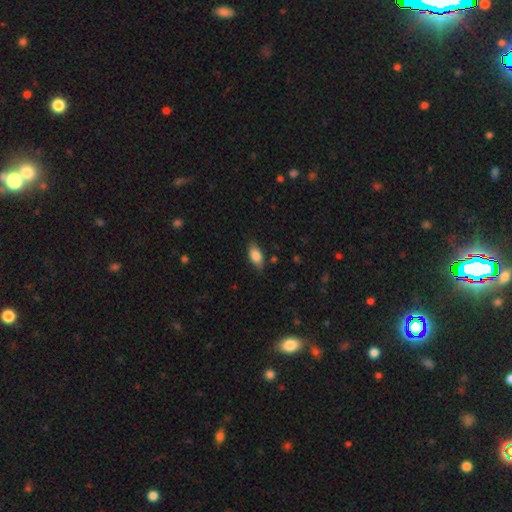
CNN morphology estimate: smooth_or_featured: smooth (p=0.83) [alt: featured or disk p=0.10]
how_rounded: in between (p=0.88) [alt: cigar-shaped p=0.08]
merging: none (p=0.78) [alt: minor disturbance p=0.17]